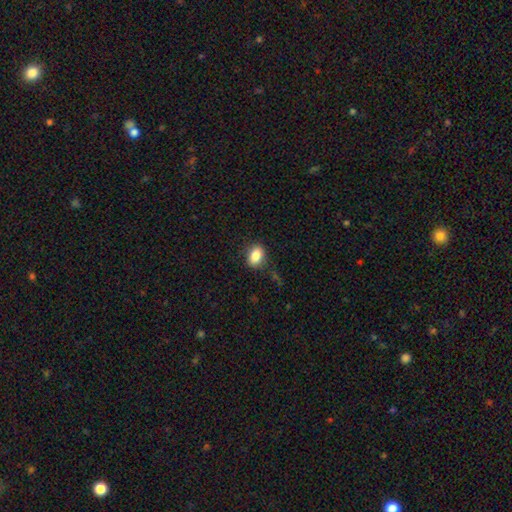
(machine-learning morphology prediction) smooth-or-featured: smooth: 85% | star or artifact: 9% | featured or disk: 6%
  how-rounded: in between: 78% | round: 21% | cigar-shaped: 2%
  merging: none: 83% | minor disturbance: 12% | major disturbance: 3% | merger: 2%